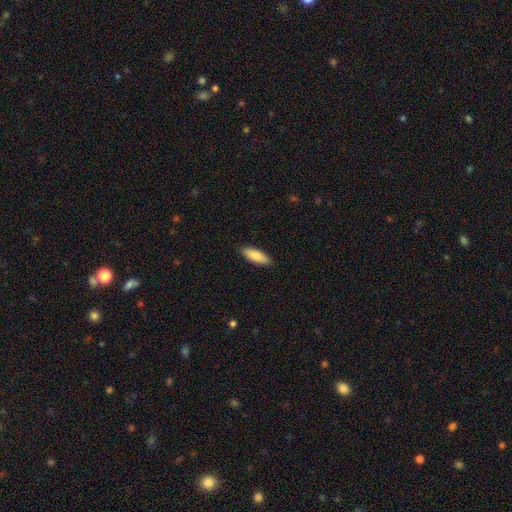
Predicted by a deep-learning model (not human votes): Morphology: type=smooth (85%); roundness=in between (67%); merging=none (89%).